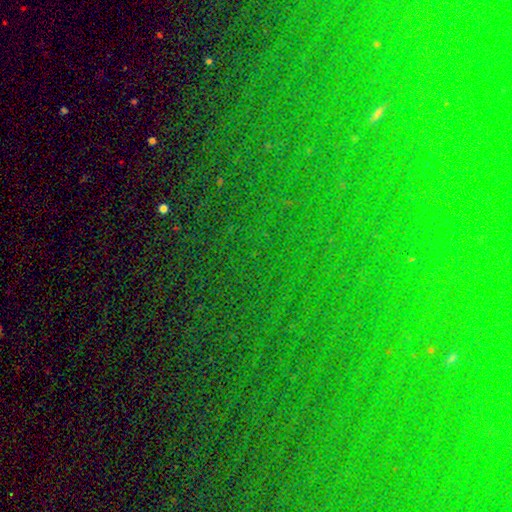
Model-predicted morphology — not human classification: Smooth or featured: star or artifact — 80% (smooth — 11%)